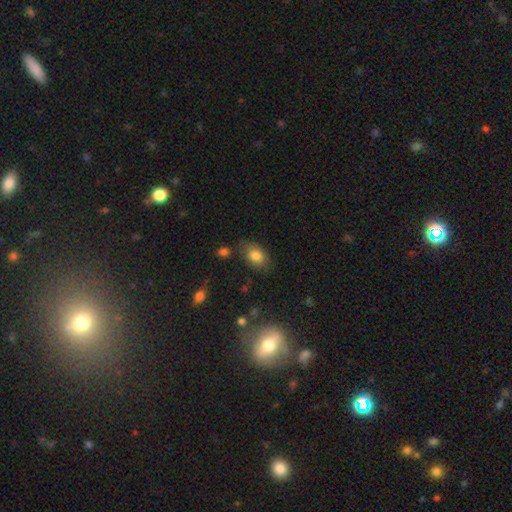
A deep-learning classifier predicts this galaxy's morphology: smooth 81%, featured or disk 10%, star or artifact 9%. Down the decision tree: how rounded — in between (85%); merging — none (75%).